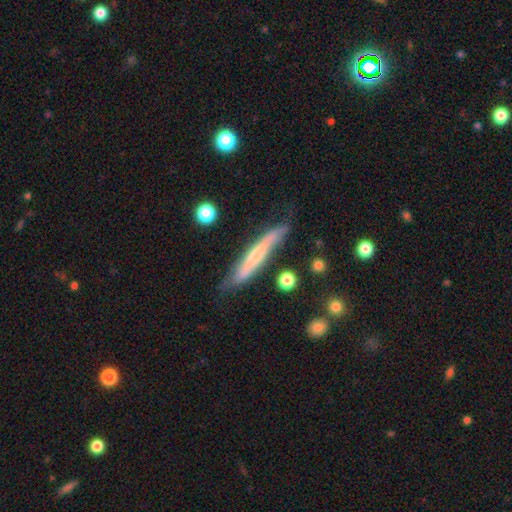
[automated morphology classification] A featured or disk galaxy (48%). Merging: none (69%).